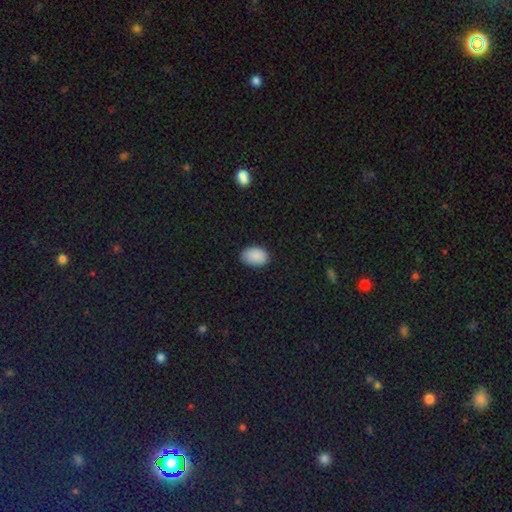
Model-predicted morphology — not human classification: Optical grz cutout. It shows a smooth galaxy with no disk features (89%) that is in between round and cigar-shaped (85%). Merging: none (84%).